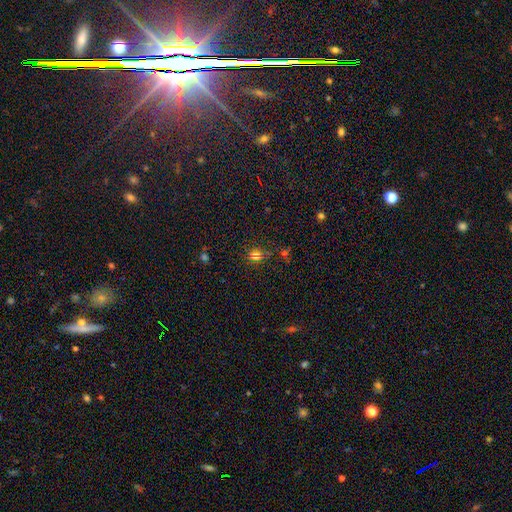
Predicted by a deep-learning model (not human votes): This is likely a smooth galaxy (65%). How rounded: clearly round (83%). Merging: likely none (75%).